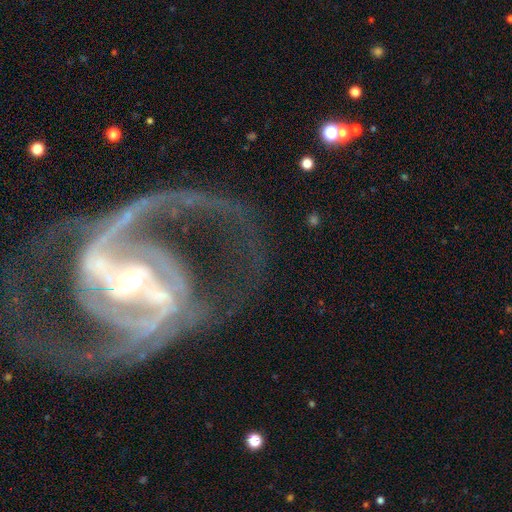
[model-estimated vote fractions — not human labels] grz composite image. It shows a featured or disk galaxy (92%) with a strong bar (62%), 2 (79%) medium (54%) spiral arms (97%) and a small central bulge (61%). Merging: none (57%).